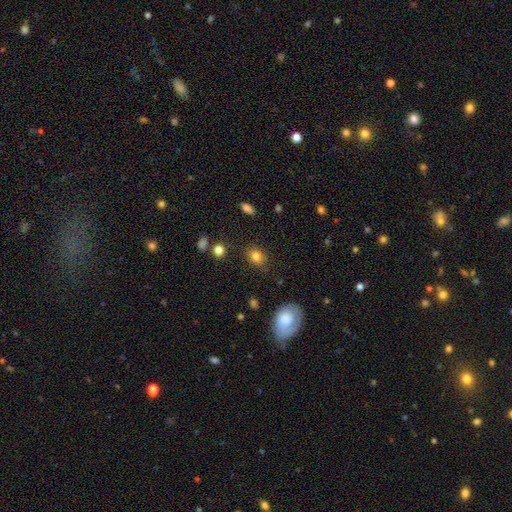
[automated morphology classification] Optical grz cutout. It shows a smooth galaxy with no disk features (82%) that is in between round and cigar-shaped (56%). Merging: none (79%).